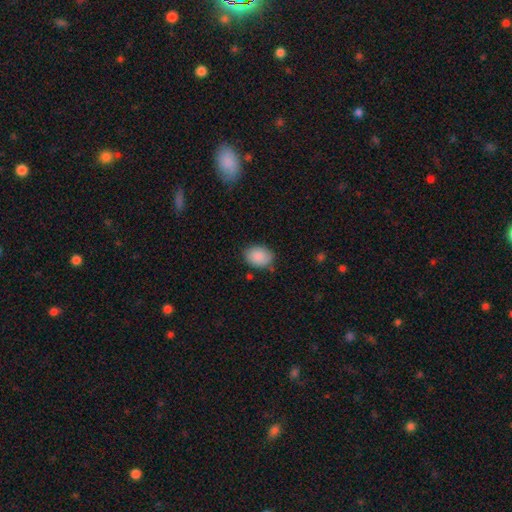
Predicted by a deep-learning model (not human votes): Smooth or featured: smooth — 89% (star or artifact — 7%)
How rounded: in between — 72% (round — 27%)
Merging: none — 79% (minor disturbance — 16%)